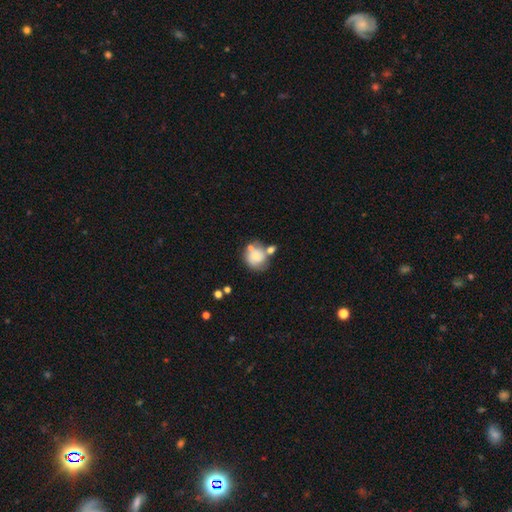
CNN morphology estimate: type=smooth (65%); roundness=round (76%); merging=none (41%).